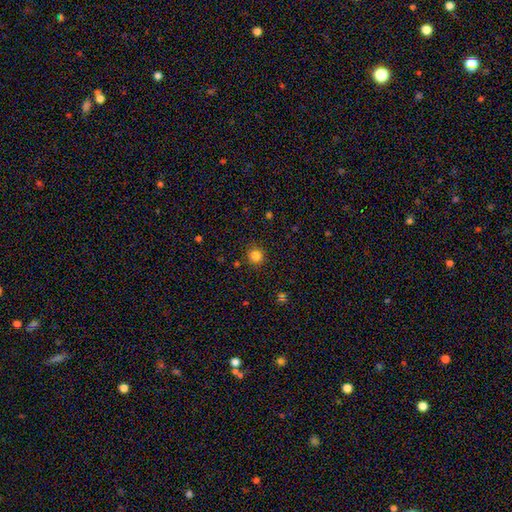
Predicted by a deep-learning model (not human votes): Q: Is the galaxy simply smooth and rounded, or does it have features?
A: smooth — 83%.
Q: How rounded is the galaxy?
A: round — 94%.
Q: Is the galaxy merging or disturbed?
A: none — 90%.